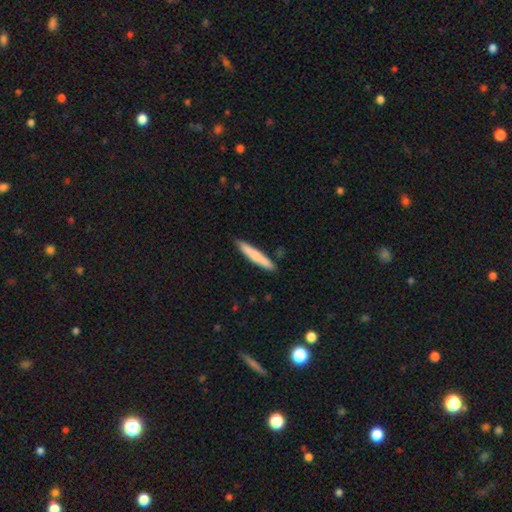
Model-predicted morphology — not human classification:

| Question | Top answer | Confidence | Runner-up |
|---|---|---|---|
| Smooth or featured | smooth | 71% | featured or disk (24%) |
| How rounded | cigar-shaped | 93% | in between (5%) |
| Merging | none | 88% | minor disturbance (9%) |